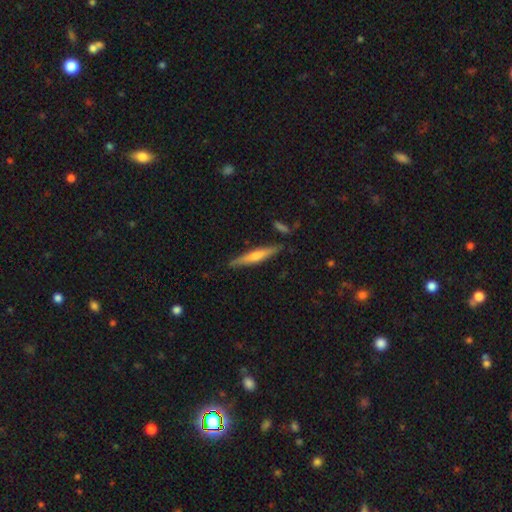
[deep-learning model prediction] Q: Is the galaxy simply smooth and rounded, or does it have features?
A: featured or disk — 58%.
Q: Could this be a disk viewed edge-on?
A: yes — 96%.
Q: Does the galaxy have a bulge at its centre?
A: rounded — 75%.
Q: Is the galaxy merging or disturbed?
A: none — 87%.